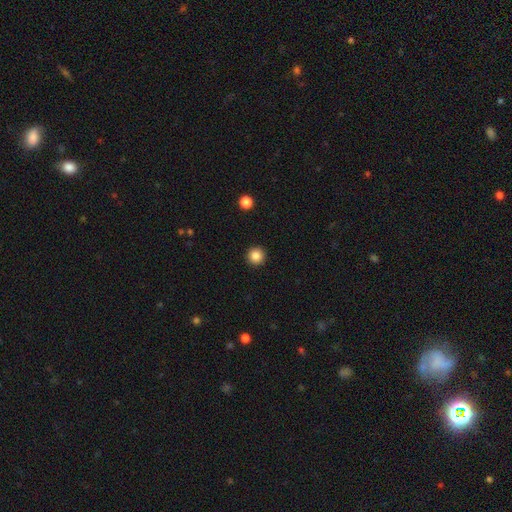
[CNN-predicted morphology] smooth 86%, star or artifact 10%, featured or disk 4%. Down the decision tree: how rounded — round (96%); merging — none (93%).